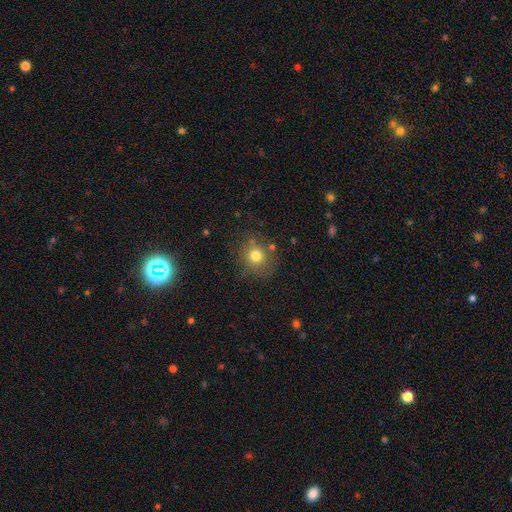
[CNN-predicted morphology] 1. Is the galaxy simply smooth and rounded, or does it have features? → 76% smooth, 13% star or artifact, 11% featured or disk.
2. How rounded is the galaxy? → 81% round, 18% in between, 1% cigar-shaped.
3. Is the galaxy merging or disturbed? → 78% none, 14% minor disturbance, 5% major disturbance, 4% merger.